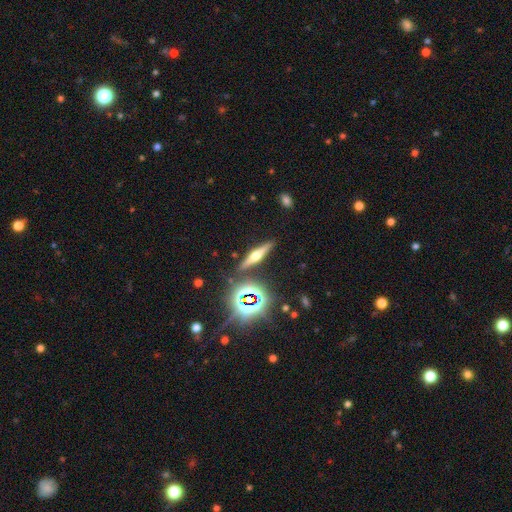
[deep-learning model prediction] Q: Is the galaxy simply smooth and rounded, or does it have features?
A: featured or disk — 61%.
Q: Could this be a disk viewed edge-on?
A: yes — 95%.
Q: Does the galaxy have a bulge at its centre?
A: rounded — 91%.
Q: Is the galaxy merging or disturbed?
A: none — 87%.